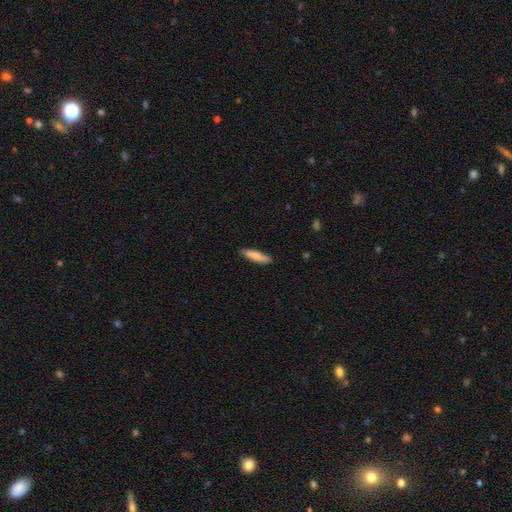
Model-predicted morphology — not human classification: Smooth or featured? Predicted: smooth (p=0.78). How rounded? Predicted: cigar-shaped (p=0.80). Merging? Predicted: none (p=0.89).